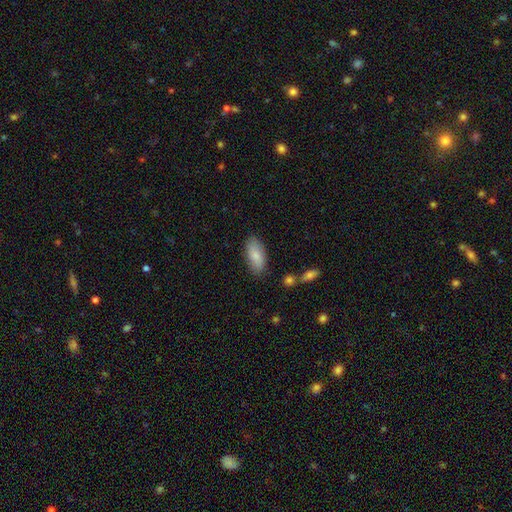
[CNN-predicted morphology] A smooth galaxy with no disk features (83%) that is in between round and cigar-shaped (90%). Merging: none (81%).